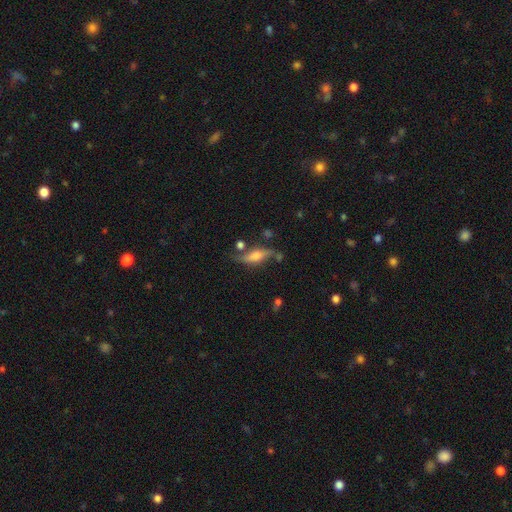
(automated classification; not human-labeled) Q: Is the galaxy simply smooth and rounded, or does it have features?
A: featured or disk — 65%.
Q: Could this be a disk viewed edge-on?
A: yes — 59%.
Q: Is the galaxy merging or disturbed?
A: none — 62%.